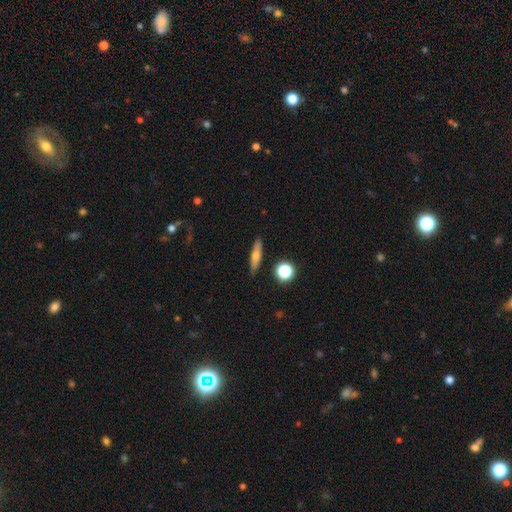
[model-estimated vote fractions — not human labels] A smooth galaxy with no disk features (56%) that is cigar-shaped (69%).

Vote fractions:
- Smooth or featured? smooth: 56% / featured or disk: 35% / star or artifact: 9%
- How rounded? cigar-shaped: 69% / in between: 24% / round: 6%
- Merging? none: 87% / minor disturbance: 9% / merger: 2% / major disturbance: 2%